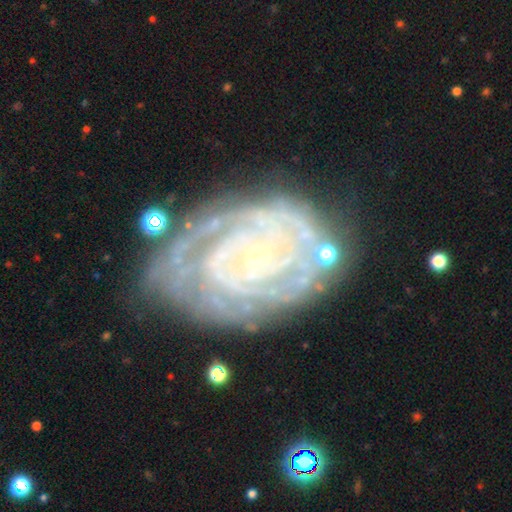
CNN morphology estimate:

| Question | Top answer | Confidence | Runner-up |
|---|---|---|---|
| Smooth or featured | featured or disk | 89% | star or artifact (6%) |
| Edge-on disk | no | 97% | yes (3%) |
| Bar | no | 71% | weak (21%) |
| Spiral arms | yes | 97% | no (3%) |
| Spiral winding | tight | 84% | medium (13%) |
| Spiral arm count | can't tell | 29% | 2 (21%) |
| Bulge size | small | 85% | moderate (11%) |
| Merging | none | 66% | minor disturbance (21%) |